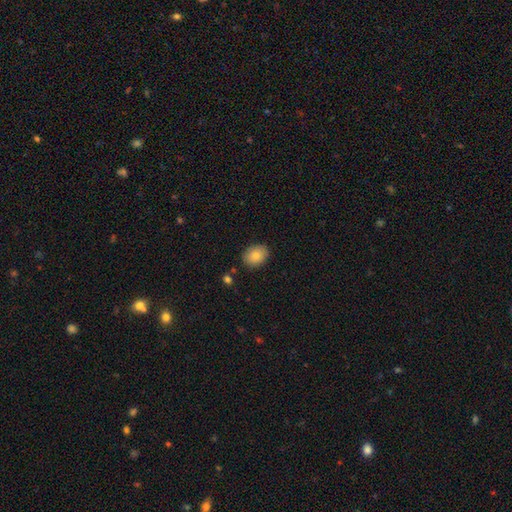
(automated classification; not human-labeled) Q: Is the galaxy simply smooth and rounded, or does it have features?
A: smooth — 85%.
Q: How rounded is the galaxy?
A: in between — 62%.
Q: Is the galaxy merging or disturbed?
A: none — 84%.